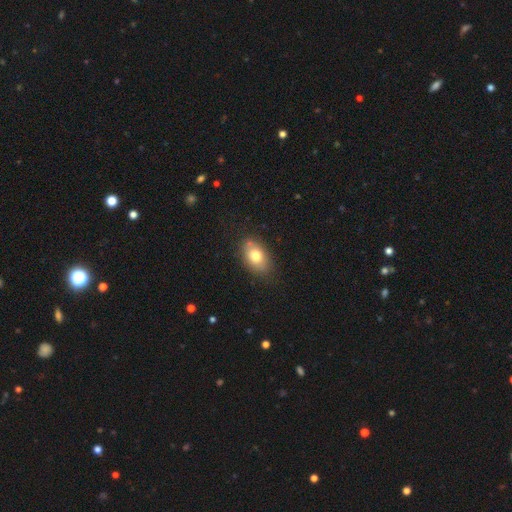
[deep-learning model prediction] smooth-or-featured: smooth: 76% | featured or disk: 16% | star or artifact: 8%
  how-rounded: in between: 86% | round: 13% | cigar-shaped: 2%
  merging: none: 79% | minor disturbance: 15% | major disturbance: 4% | merger: 2%